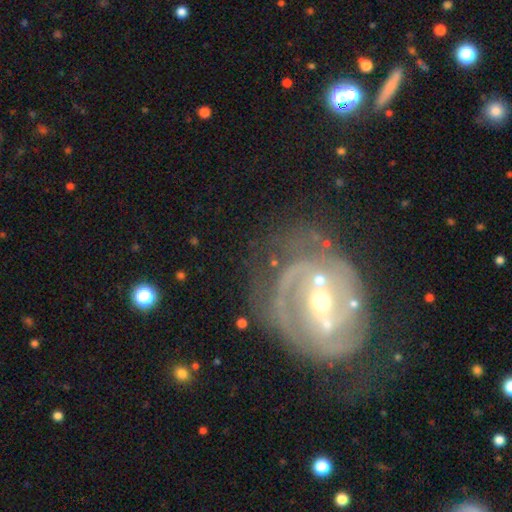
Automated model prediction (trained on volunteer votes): This appears to be a featured or disk galaxy (86%) with a weak bar (39%), 2 (48%) tight (58%) spiral arms (91%) and a small central bulge (54%). Merging: none (58%).